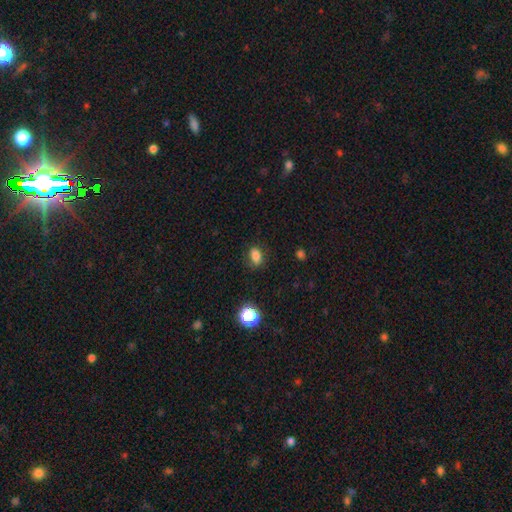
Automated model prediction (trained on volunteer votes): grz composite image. It shows a smooth galaxy with no disk features (78%) that is in between round and cigar-shaped (77%). Merging: none (73%).